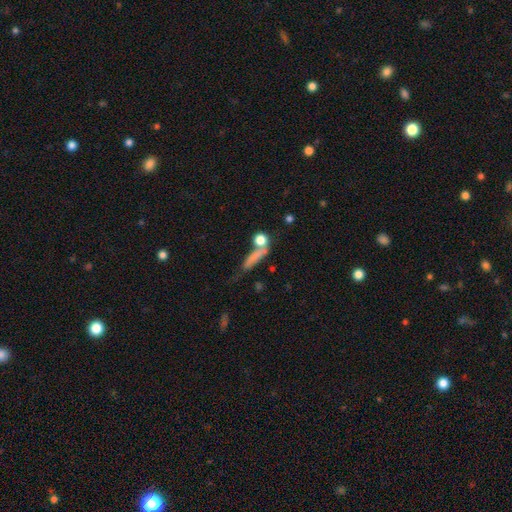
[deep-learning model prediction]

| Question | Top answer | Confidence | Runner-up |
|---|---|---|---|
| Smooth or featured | smooth | 67% | featured or disk (20%) |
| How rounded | cigar-shaped | 54% | round (24%) |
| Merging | none | 47% | merger (22%) |